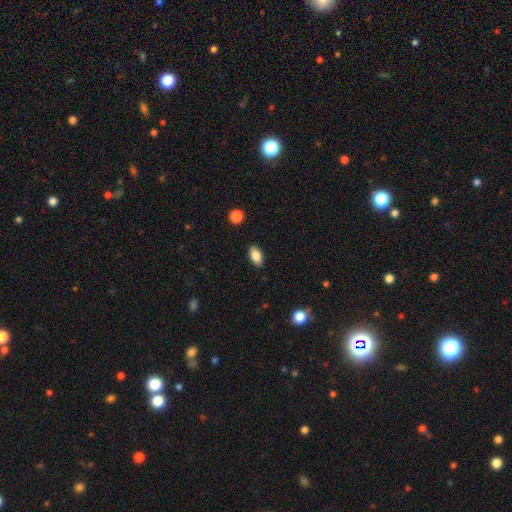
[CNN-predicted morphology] Smooth or featured? smooth (85%)
How rounded? in between (91%)
Merging? none (89%)